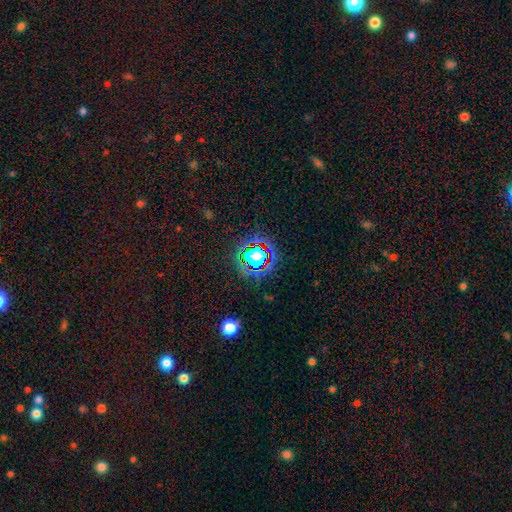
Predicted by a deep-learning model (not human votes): Smooth or featured: star or artifact — 58% (smooth — 27%)